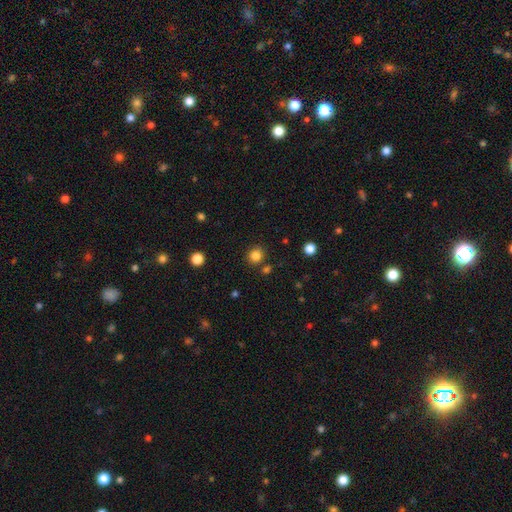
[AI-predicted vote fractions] Q: Smooth or featured?
A: smooth (83%); runner-up: star or artifact (13%)
Q: How rounded?
A: round (85%); runner-up: in between (15%)
Q: Merging?
A: none (84%); runner-up: minor disturbance (8%)